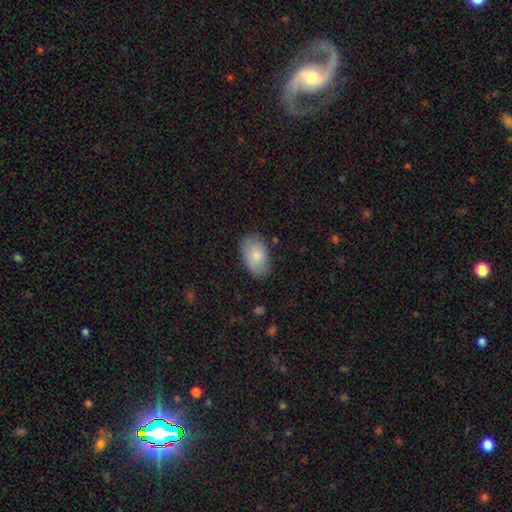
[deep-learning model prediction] Smooth or featured? smooth (81%)
How rounded? in between (92%)
Merging? none (80%)